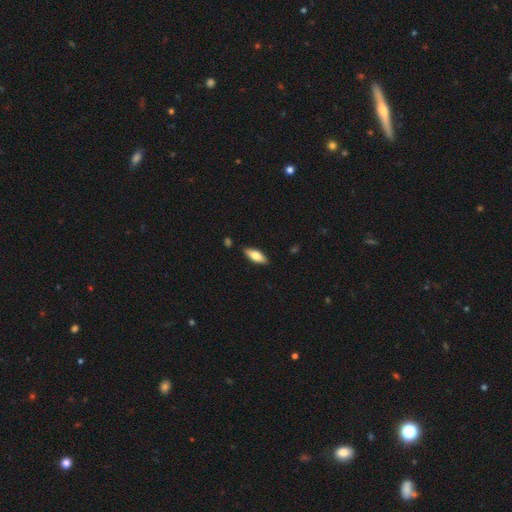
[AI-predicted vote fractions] The model was most divided on "how rounded": in between: 71%, cigar-shaped: 27%, round: 2%. More confident: merging — none (86%); smooth or featured — smooth (69%).